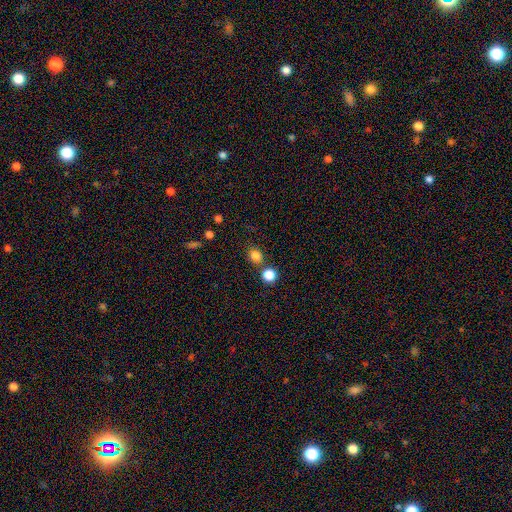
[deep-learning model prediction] Smooth or featured: smooth — 81% (star or artifact — 14%)
How rounded: round — 71% (in between — 28%)
Merging: none — 70% (merger — 17%)